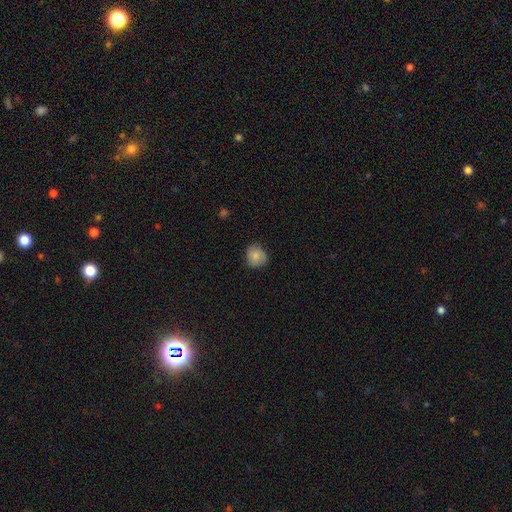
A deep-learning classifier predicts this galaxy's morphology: Smooth or featured?
  - smooth: 81% *
  - featured or disk: 11%
  - star or artifact: 8%
How rounded?
  - round: 82% *
  - in between: 17%
  - cigar-shaped: 1%
Merging?
  - none: 75% *
  - minor disturbance: 21%
  - major disturbance: 3%
  - merger: 1%